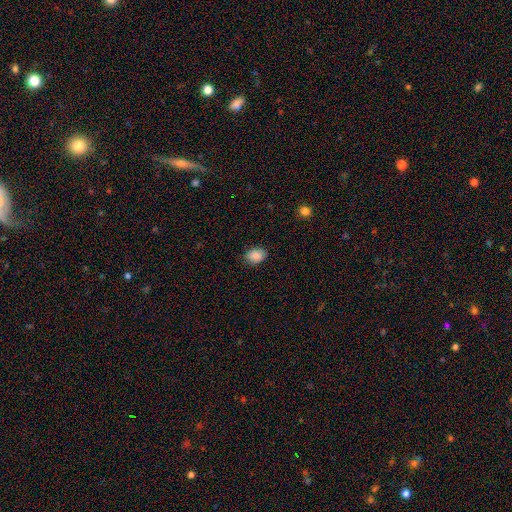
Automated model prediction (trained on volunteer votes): smooth-or-featured: smooth: 87% | star or artifact: 8% | featured or disk: 5%
  how-rounded: in between: 72% | round: 27% | cigar-shaped: 1%
  merging: none: 81% | minor disturbance: 15% | major disturbance: 3% | merger: 1%